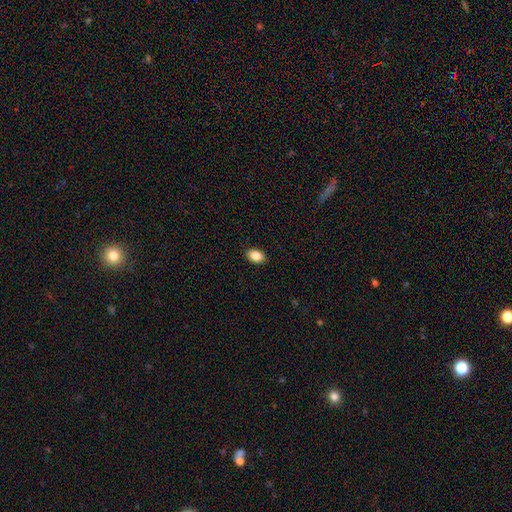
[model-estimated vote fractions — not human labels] smooth_or_featured: smooth (p=0.87) [alt: star or artifact p=0.08]
how_rounded: in between (p=0.80) [alt: round p=0.19]
merging: none (p=0.90) [alt: minor disturbance p=0.08]